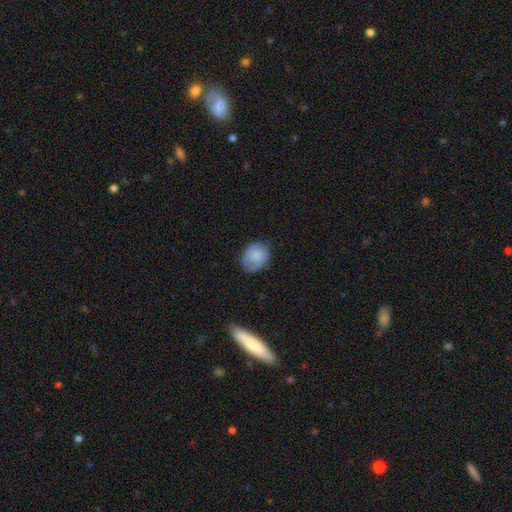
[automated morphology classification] A smooth galaxy with no disk features (83%) that is round (58%). Merging: none (67%).